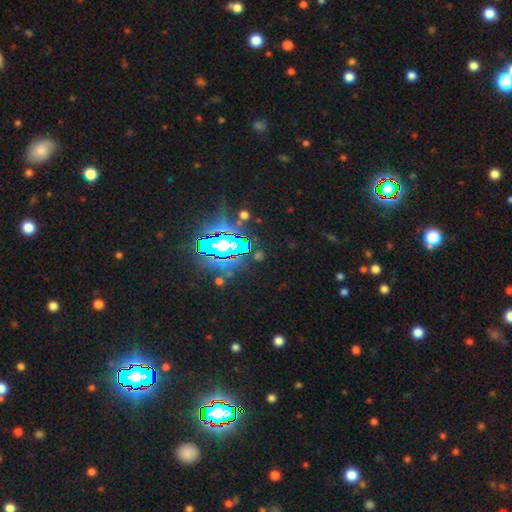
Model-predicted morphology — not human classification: Smooth or featured? Predicted: star or artifact (p=0.76).